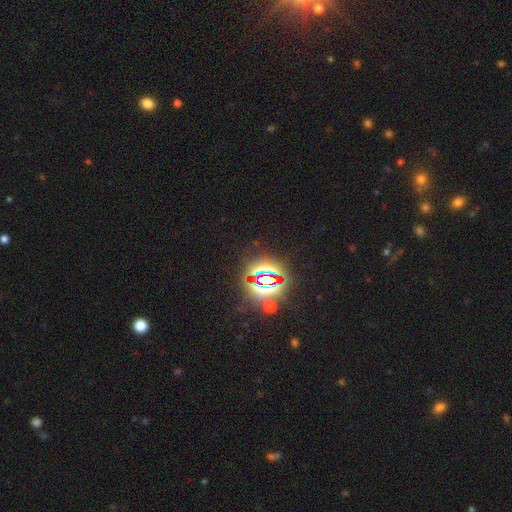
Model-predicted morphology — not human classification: Q: Smooth or featured?
A: star or artifact (86%); runner-up: smooth (8%)